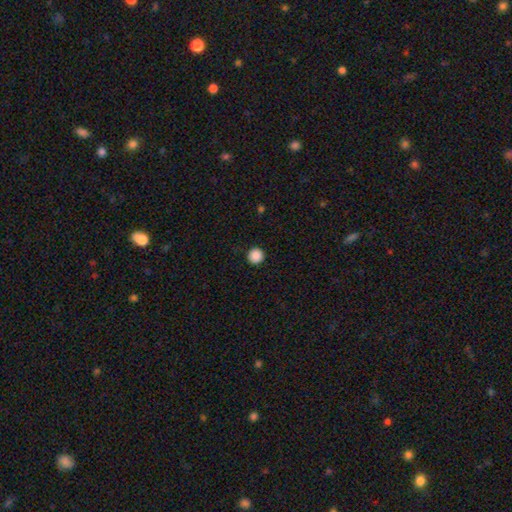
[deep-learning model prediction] Smooth or featured?
  - smooth: 89% *
  - star or artifact: 9%
  - featured or disk: 2%
How rounded?
  - round: 96% *
  - in between: 3%
  - cigar-shaped: 1%
Merging?
  - none: 93% *
  - minor disturbance: 4%
  - major disturbance: 2%
  - merger: 1%